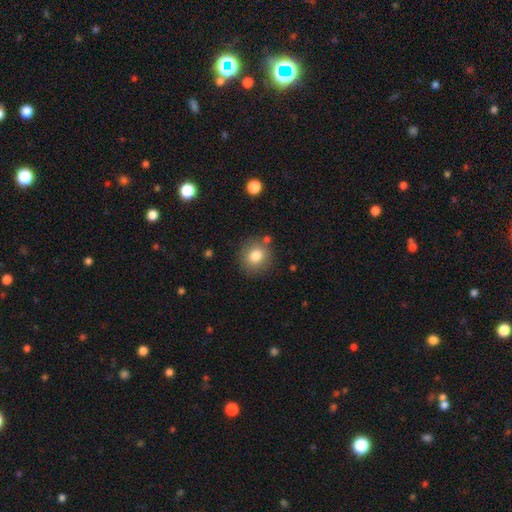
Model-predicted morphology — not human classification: Smooth or featured?
  - smooth: 81% *
  - star or artifact: 10%
  - featured or disk: 9%
How rounded?
  - round: 85% *
  - in between: 14%
  - cigar-shaped: 1%
Merging?
  - none: 82% *
  - minor disturbance: 10%
  - merger: 5%
  - major disturbance: 3%